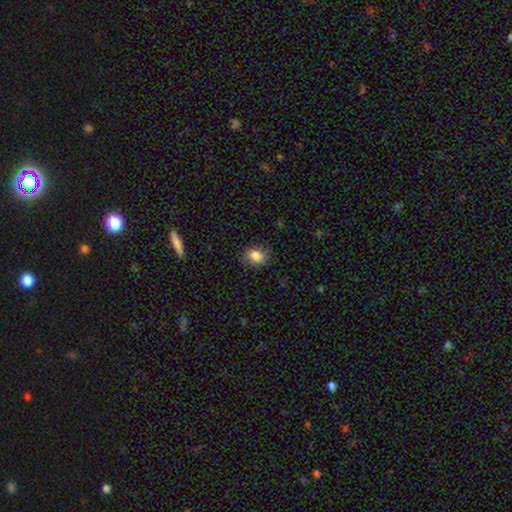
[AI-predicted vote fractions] Q: Smooth or featured?
A: smooth (86%); runner-up: star or artifact (9%)
Q: How rounded?
A: in between (61%); runner-up: round (38%)
Q: Merging?
A: none (83%); runner-up: minor disturbance (13%)